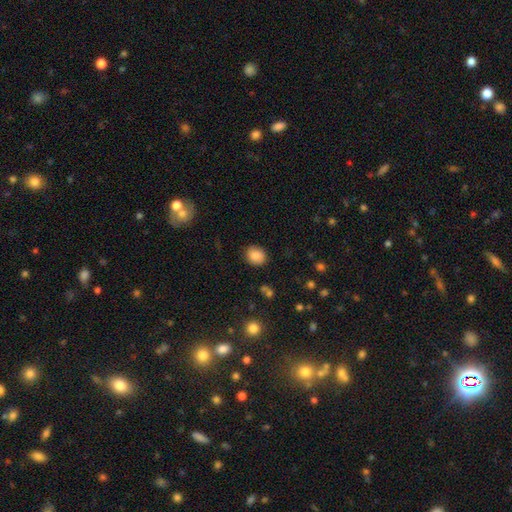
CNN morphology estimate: Smooth or featured: smooth — 85% (star or artifact — 9%)
How rounded: round — 72% (in between — 27%)
Merging: none — 87% (minor disturbance — 9%)